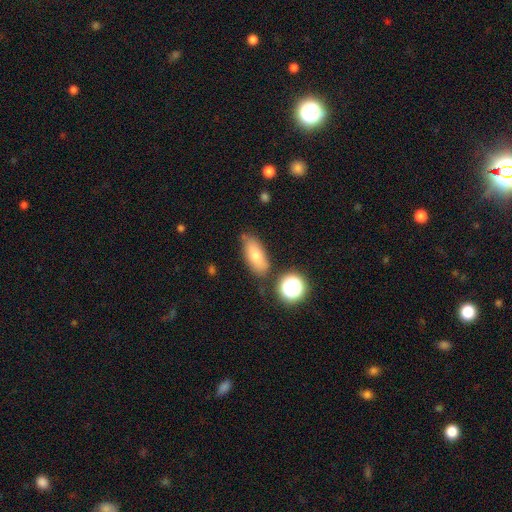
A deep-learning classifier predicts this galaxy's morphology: A smooth galaxy with no disk features (72%) that is in between round and cigar-shaped (75%). Merging: none (70%).